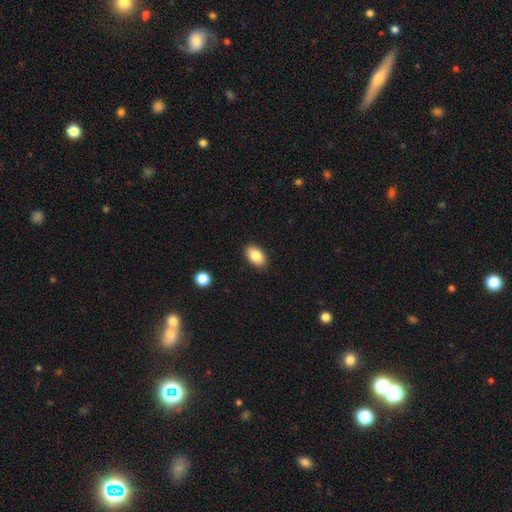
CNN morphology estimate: Smooth or featured? Predicted: smooth (p=0.84). How rounded? Predicted: in between (p=0.92). Merging? Predicted: none (p=0.89).